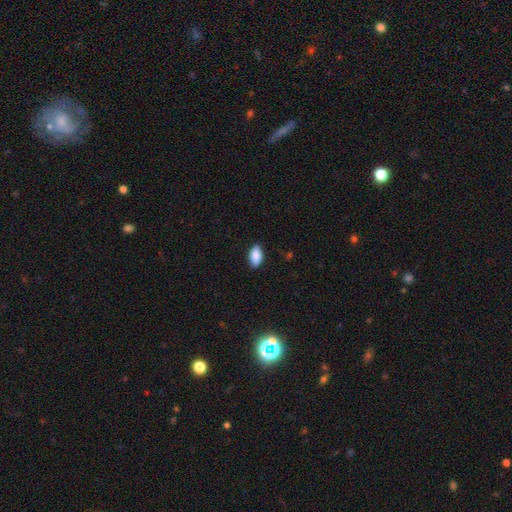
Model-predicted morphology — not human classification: type=smooth (89%); roundness=in between (93%); merging=none (86%).